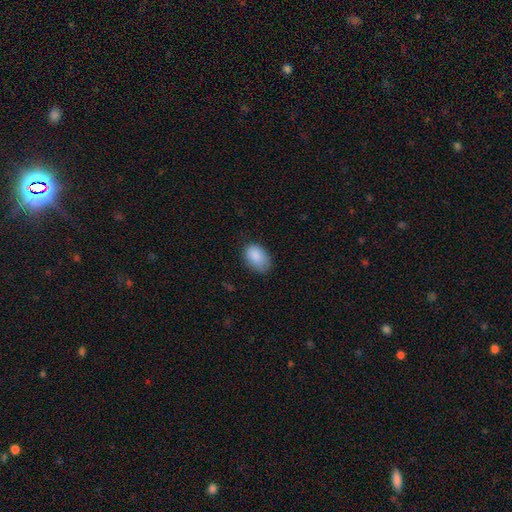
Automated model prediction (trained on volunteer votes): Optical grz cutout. It shows a smooth galaxy with no disk features (88%) that is in between round and cigar-shaped (88%). Merging: none (73%).